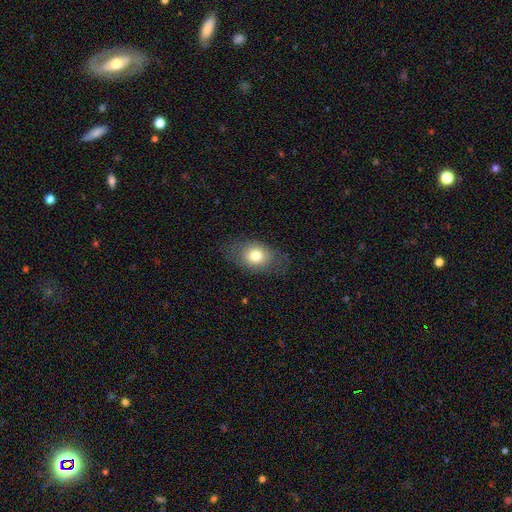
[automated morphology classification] Smooth or featured? Predicted: smooth (p=0.75). How rounded? Predicted: in between (p=0.72). Merging? Predicted: none (p=0.76).